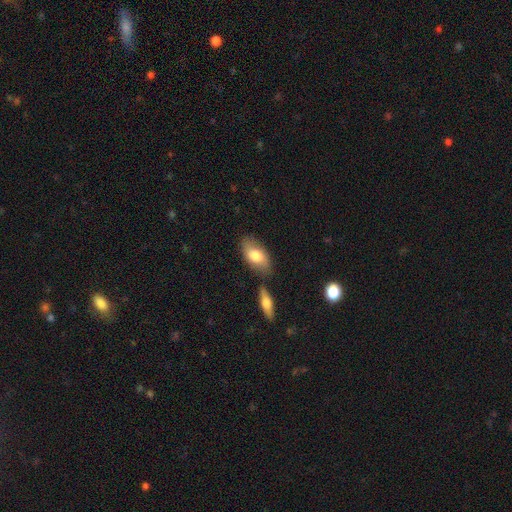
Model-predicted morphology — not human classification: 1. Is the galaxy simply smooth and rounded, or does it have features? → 72% smooth, 22% featured or disk, 6% star or artifact.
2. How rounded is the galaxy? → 92% in between, 4% cigar-shaped, 4% round.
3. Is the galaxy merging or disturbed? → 71% none, 15% minor disturbance, 10% merger, 4% major disturbance.